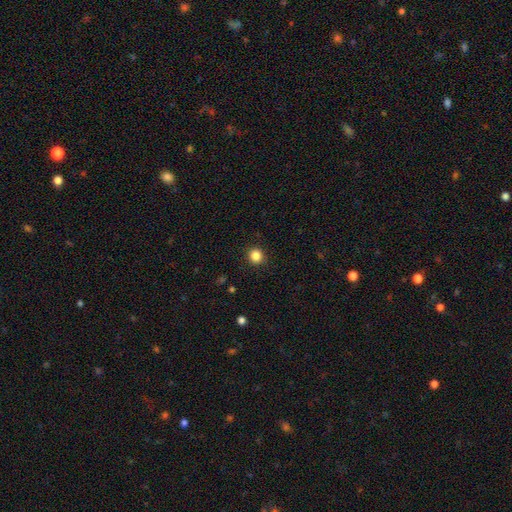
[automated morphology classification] This is clearly a smooth galaxy (85%). How rounded: clearly round (90%). Merging: clearly none (92%).